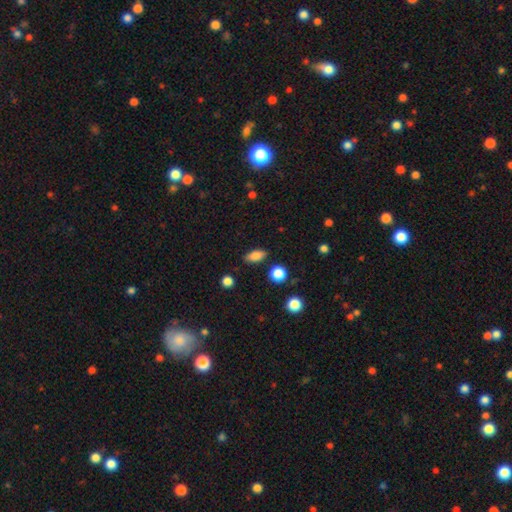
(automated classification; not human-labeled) smooth-or-featured: smooth: 83% | star or artifact: 9% | featured or disk: 8%
  how-rounded: in between: 83% | cigar-shaped: 9% | round: 8%
  merging: none: 84% | minor disturbance: 11% | major disturbance: 3% | merger: 3%